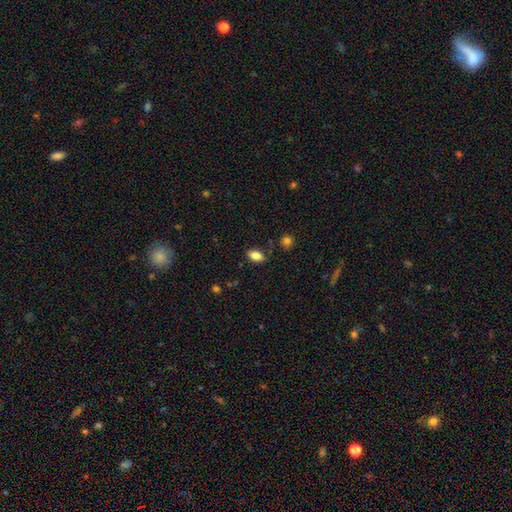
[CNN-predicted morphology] type=smooth (85%); roundness=in between (89%); merging=none (82%).